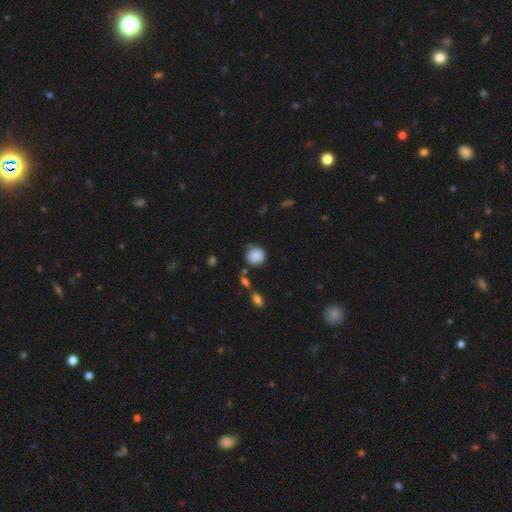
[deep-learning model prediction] Q: Smooth or featured?
A: smooth (87%); runner-up: star or artifact (8%)
Q: How rounded?
A: round (88%); runner-up: in between (11%)
Q: Merging?
A: none (71%); runner-up: minor disturbance (19%)